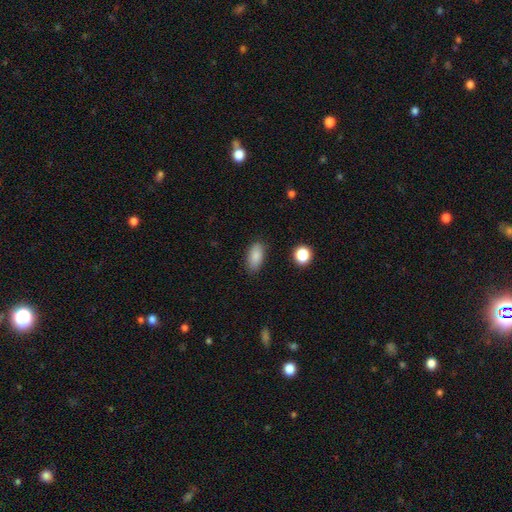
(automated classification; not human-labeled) Overall: smooth (86%). How rounded: in between (90%). Merging: none (84%).